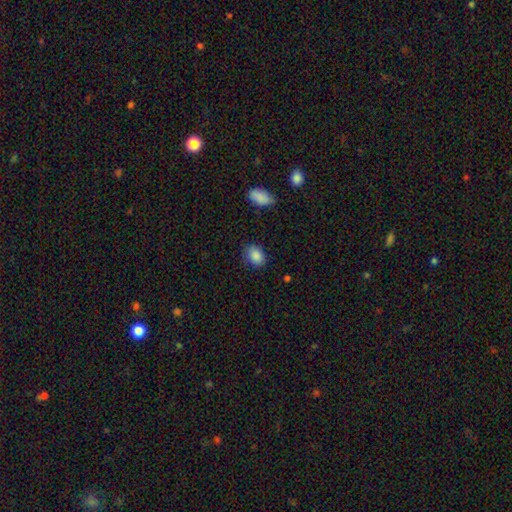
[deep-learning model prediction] This is clearly a smooth galaxy (87%). How rounded: likely in between (63%). Merging: likely none (76%).